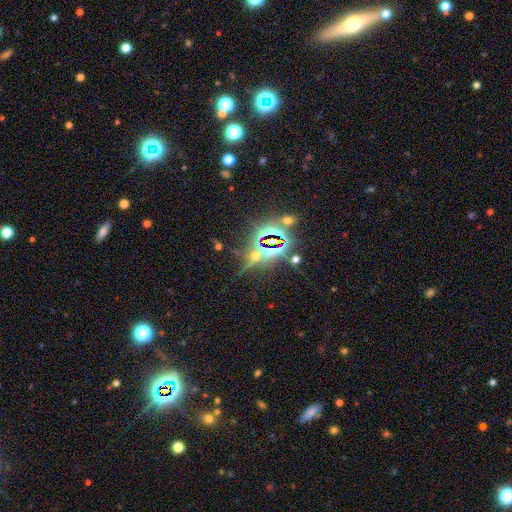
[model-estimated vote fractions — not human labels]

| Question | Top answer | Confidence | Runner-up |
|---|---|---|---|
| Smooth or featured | star or artifact | 71% | smooth (19%) |